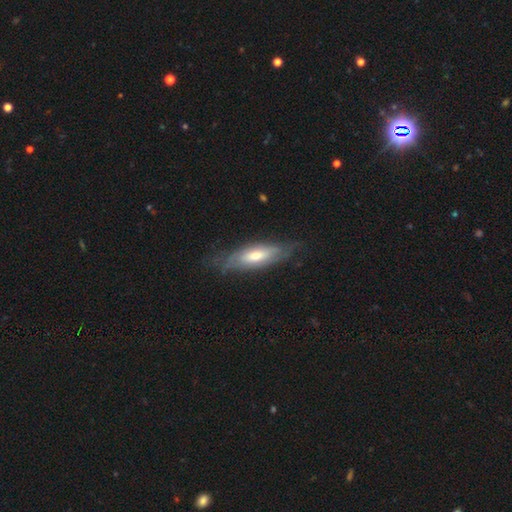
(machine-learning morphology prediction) This is possibly a featured or disk galaxy (50%). It is possibly not viewed edge-on (57%). Merging: likely none (70%).